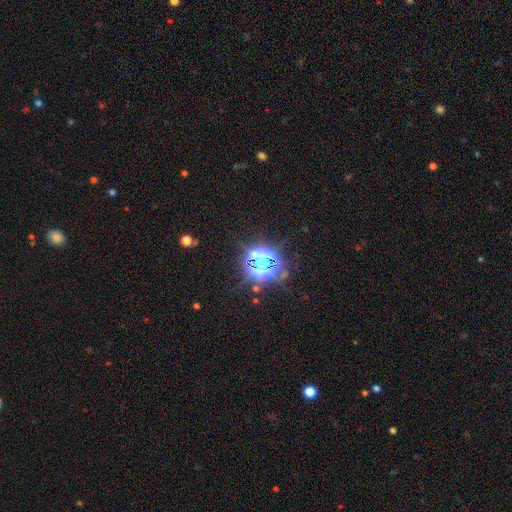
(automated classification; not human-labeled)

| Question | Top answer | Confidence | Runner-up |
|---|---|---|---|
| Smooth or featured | star or artifact | 75% | smooth (15%) |